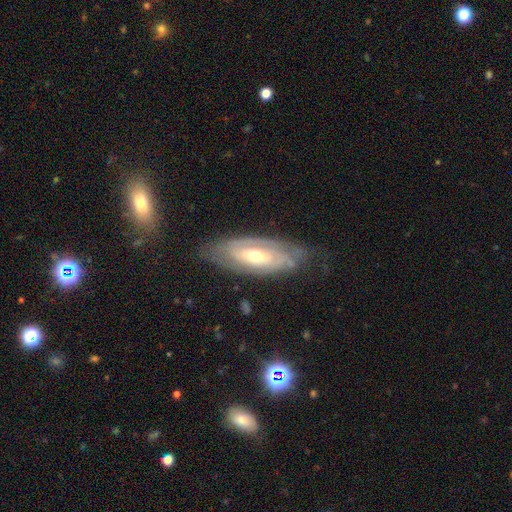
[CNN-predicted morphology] This is likely a featured or disk galaxy (77%). It is clearly not viewed edge-on (84%). Bar: possibly no (47%). Spiral arm pattern: likely yes (79%). Spiral arm count: possibly can't tell (55%). Spiral winding: likely tight (68%). Central bulge: possibly moderate (58%). Merging: likely none (74%).